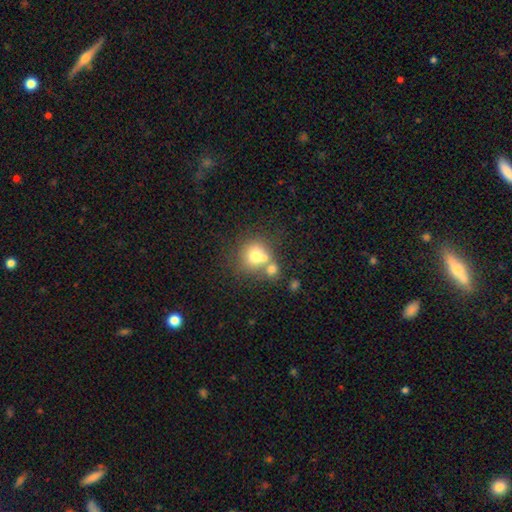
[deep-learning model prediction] Q: Smooth or featured?
A: smooth (70%); runner-up: featured or disk (18%)
Q: How rounded?
A: round (83%); runner-up: in between (16%)
Q: Merging?
A: merger (44%); runner-up: none (43%)